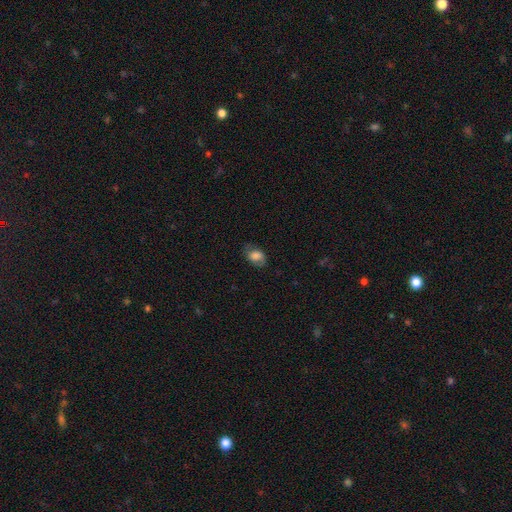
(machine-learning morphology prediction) Q: Smooth or featured?
A: smooth (76%); runner-up: featured or disk (15%)
Q: How rounded?
A: in between (79%); runner-up: round (19%)
Q: Merging?
A: none (66%); runner-up: minor disturbance (24%)